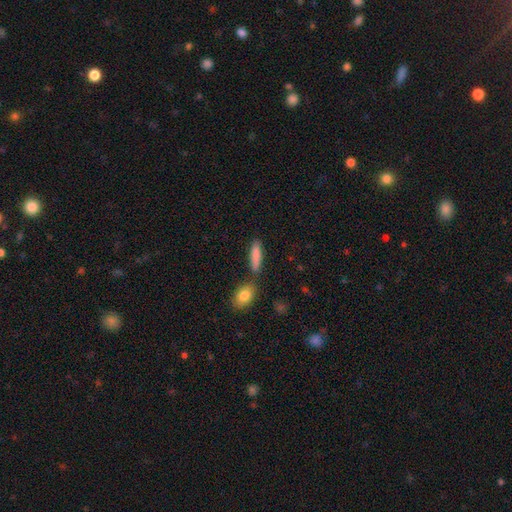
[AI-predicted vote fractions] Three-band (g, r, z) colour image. It shows a smooth galaxy with no disk features (85%) that is cigar-shaped (61%). Merging: none (72%).